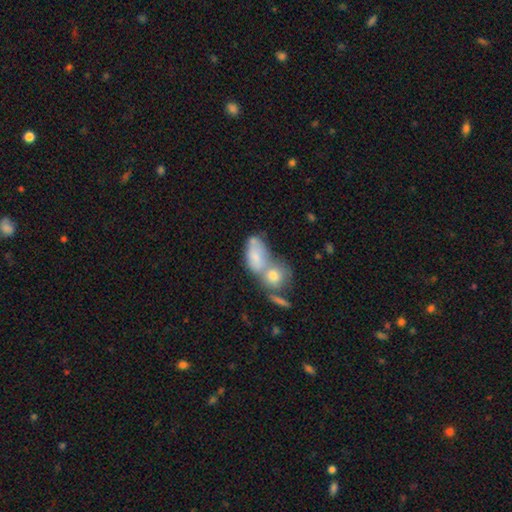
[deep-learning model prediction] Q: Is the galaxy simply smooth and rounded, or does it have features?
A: smooth — 71%.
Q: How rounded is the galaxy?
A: in between — 82%.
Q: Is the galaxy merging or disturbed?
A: merger — 62%.